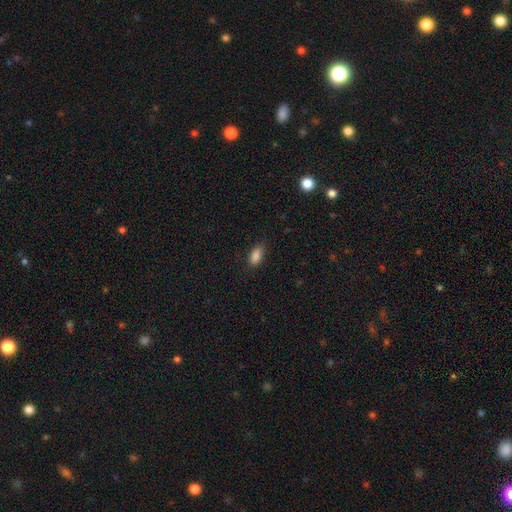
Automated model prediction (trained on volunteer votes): Morphology: type=smooth (88%); roundness=in between (89%); merging=none (82%).